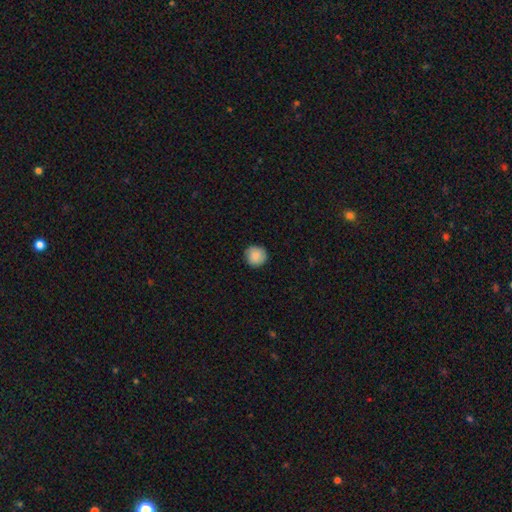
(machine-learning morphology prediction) Smooth or featured? smooth (86%)
How rounded? round (94%)
Merging? none (89%)